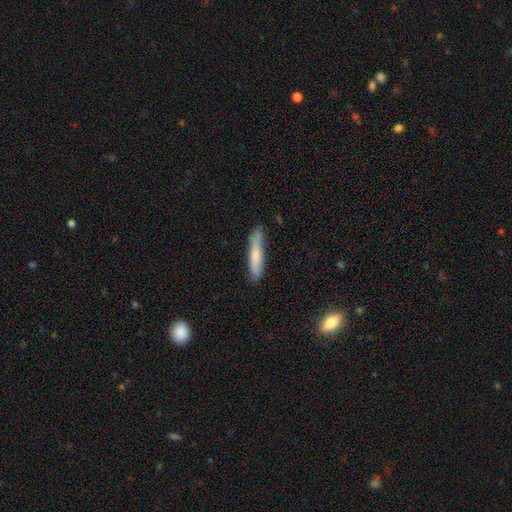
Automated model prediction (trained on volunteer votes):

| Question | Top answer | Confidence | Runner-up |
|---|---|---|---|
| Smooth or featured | smooth | 69% | featured or disk (25%) |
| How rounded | cigar-shaped | 90% | in between (9%) |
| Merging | none | 77% | minor disturbance (18%) |